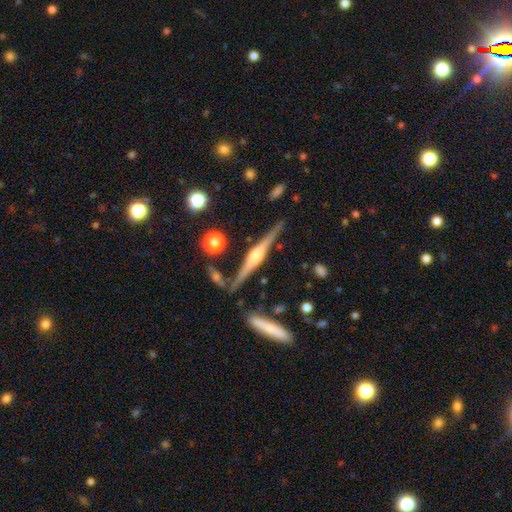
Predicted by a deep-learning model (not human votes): This appears to be a featured or disk galaxy (82%) viewed edge-on (98%) with a rounded central bulge (81%). Merging: none (83%).